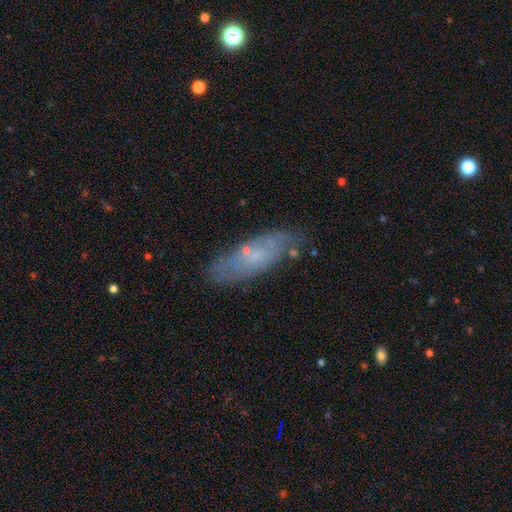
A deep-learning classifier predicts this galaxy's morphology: smooth-or-featured: featured or disk: 48% | smooth: 43% | star or artifact: 9%
  merging: none: 73% | minor disturbance: 18% | major disturbance: 6% | merger: 3%